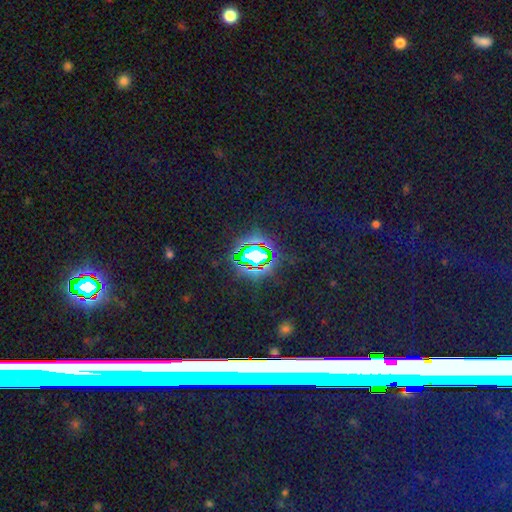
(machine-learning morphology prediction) star or artifact 75%, smooth 15%, featured or disk 10%.